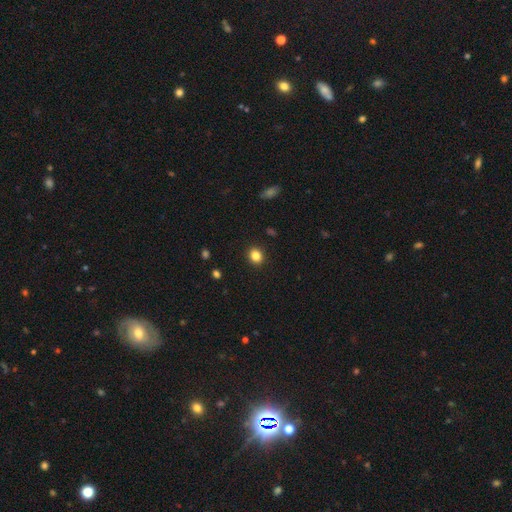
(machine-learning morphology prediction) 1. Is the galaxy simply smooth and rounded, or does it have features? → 84% smooth, 11% star or artifact, 5% featured or disk.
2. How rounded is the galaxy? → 73% round, 26% in between, 1% cigar-shaped.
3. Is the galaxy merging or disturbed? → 91% none, 6% minor disturbance, 2% major disturbance, 1% merger.